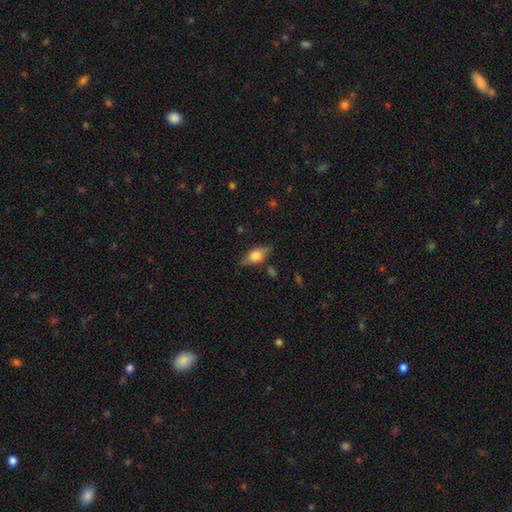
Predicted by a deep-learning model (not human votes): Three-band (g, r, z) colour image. It shows a smooth galaxy with no disk features (61%) that is in between round and cigar-shaped (80%). Merging: none (74%).